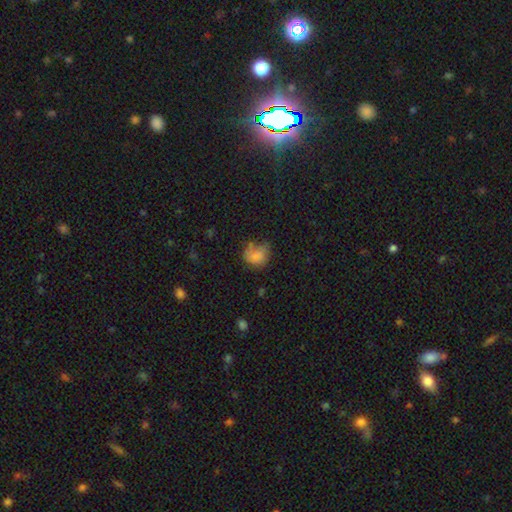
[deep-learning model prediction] The model was most divided on "merging": none: 46%, minor disturbance: 31%, major disturbance: 16%, merger: 7%. More confident: smooth or featured — smooth (76%); how rounded — round (61%).